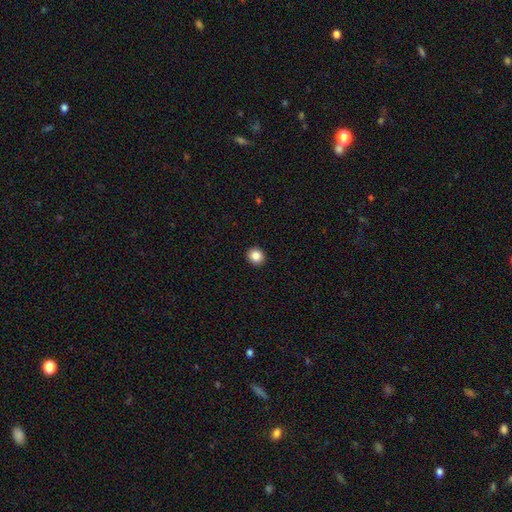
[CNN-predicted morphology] smooth-or-featured: smooth: 86% | star or artifact: 10% | featured or disk: 4%
  how-rounded: round: 88% | in between: 11% | cigar-shaped: 1%
  merging: none: 93% | minor disturbance: 4% | major disturbance: 1% | merger: 1%